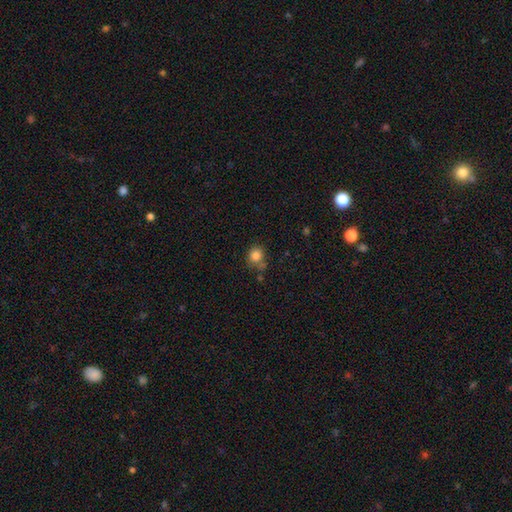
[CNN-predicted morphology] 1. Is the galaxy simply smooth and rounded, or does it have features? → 83% smooth, 11% star or artifact, 6% featured or disk.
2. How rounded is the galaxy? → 78% round, 21% in between, 1% cigar-shaped.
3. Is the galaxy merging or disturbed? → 60% none, 19% minor disturbance, 14% merger, 7% major disturbance.